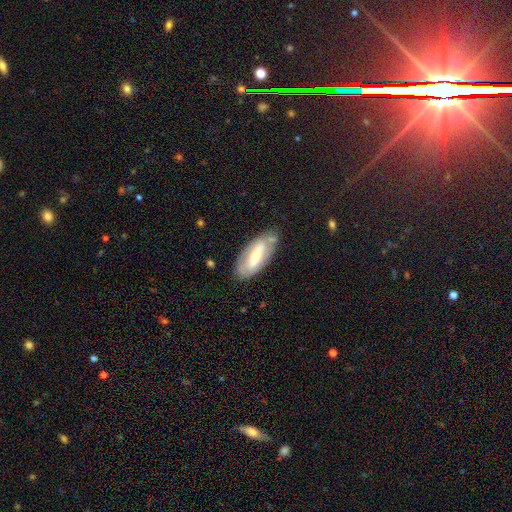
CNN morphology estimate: The model was most divided on "smooth or featured": featured or disk: 57%, smooth: 37%, star or artifact: 6%. More confident: edge-on disk — no (83%); merging — none (74%).